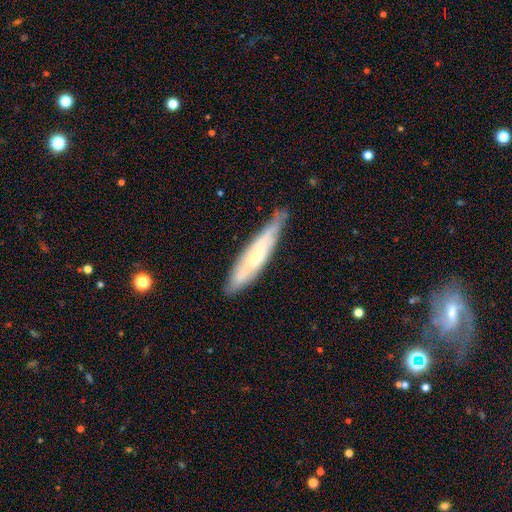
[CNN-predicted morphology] Smooth or featured: featured or disk — 54% (smooth — 40%)
Edge-on disk: yes — 66% (no — 34%)
Merging: none — 73% (minor disturbance — 22%)